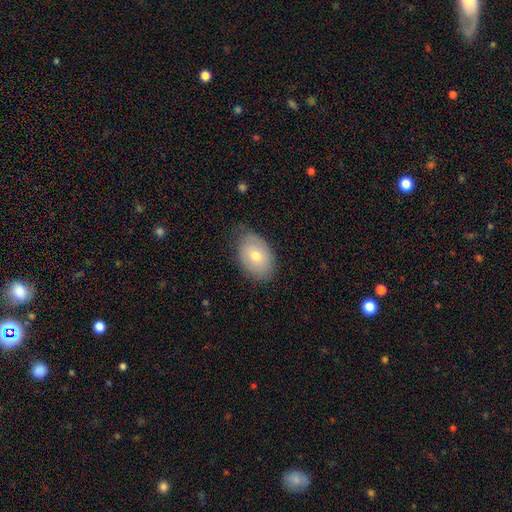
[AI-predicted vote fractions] This is likely a smooth galaxy (70%). How rounded: clearly in between (85%). Merging: likely none (73%).